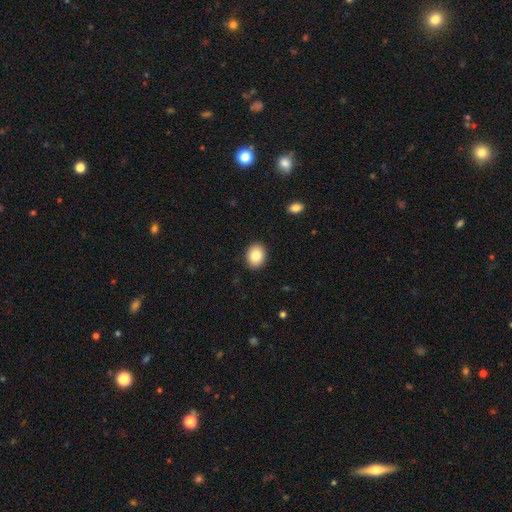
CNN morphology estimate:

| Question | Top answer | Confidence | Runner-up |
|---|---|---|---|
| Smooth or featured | smooth | 84% | star or artifact (8%) |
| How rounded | in between | 57% | round (42%) |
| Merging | none | 91% | minor disturbance (6%) |